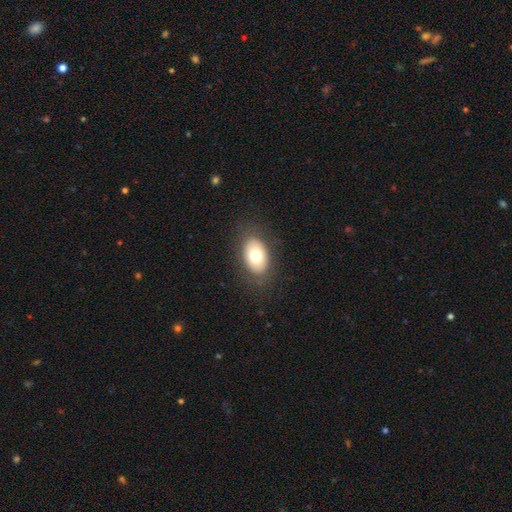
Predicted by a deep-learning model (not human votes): Smooth or featured? smooth (73%)
How rounded? in between (88%)
Merging? none (83%)